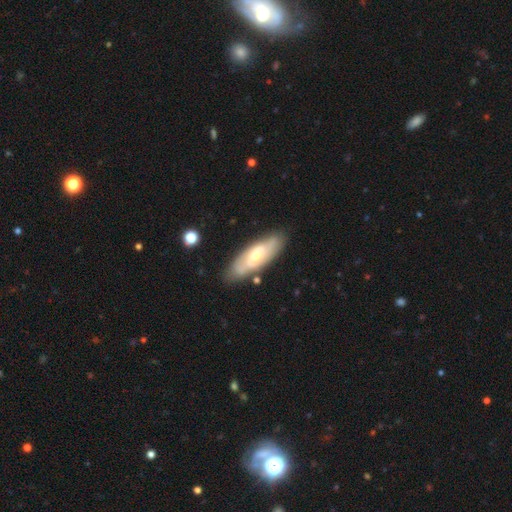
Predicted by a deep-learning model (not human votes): Overall: featured or disk (59%; smooth 35%). Edge-on disk: no (78%). Merging: none (79%).